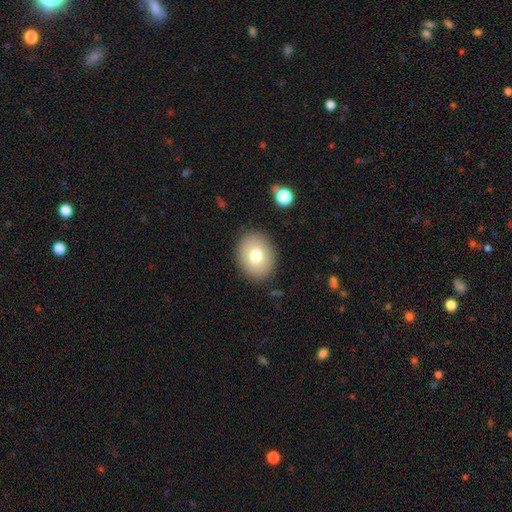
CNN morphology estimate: smooth 74%, featured or disk 17%, star or artifact 9%. Down the decision tree: how rounded — in between (54%); merging — none (88%).